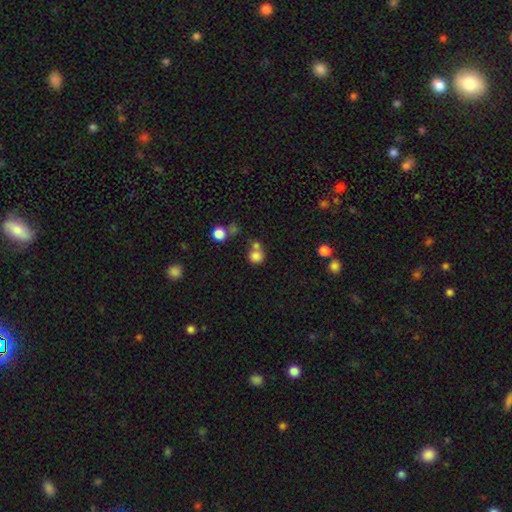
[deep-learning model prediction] The model was most divided on "merging": none: 53%, merger: 32%, minor disturbance: 10%, major disturbance: 5%. More confident: how rounded — round (87%); smooth or featured — smooth (79%).